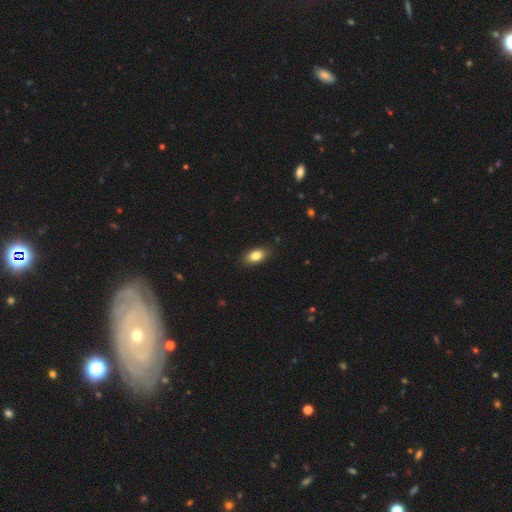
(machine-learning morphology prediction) This appears to be a smooth galaxy with no disk features (83%) that is in between round and cigar-shaped (89%). Merging: none (86%).